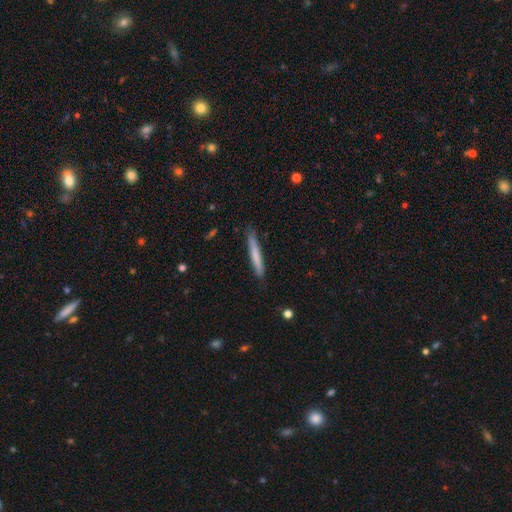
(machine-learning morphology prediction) smooth 71%, featured or disk 23%, star or artifact 6%. Down the decision tree: how rounded — cigar-shaped (96%); merging — none (83%).